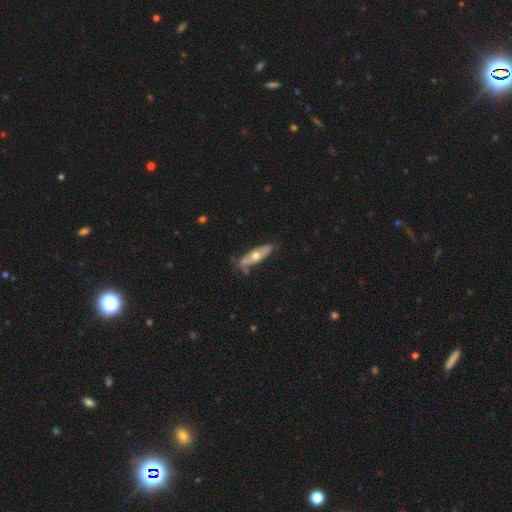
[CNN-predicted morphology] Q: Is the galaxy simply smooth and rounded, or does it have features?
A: featured or disk — 58%.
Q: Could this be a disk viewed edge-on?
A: no — 54%.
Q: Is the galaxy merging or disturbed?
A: none — 65%.